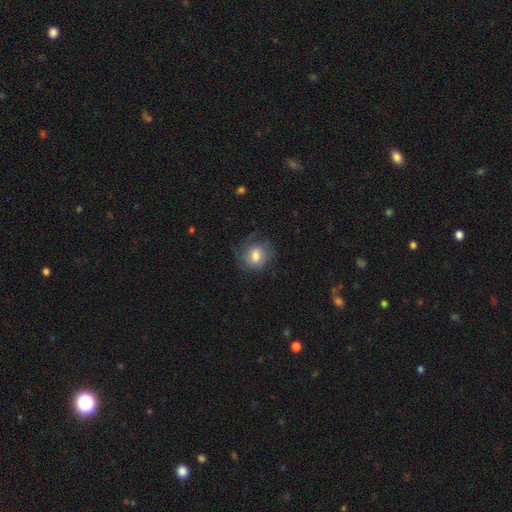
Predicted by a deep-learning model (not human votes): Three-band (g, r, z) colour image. It shows a smooth galaxy with no disk features (62%) that is round (63%). Merging: none (59%).